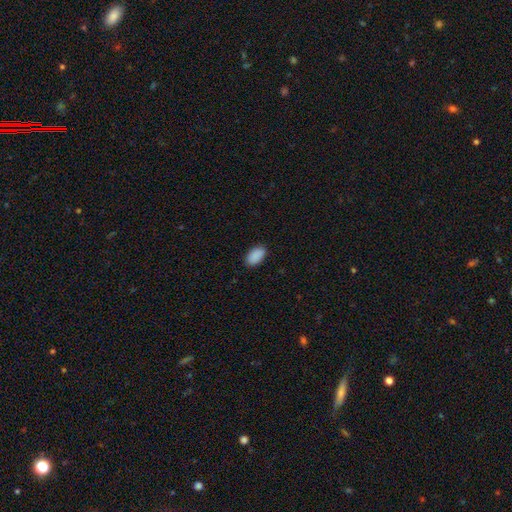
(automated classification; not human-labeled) This is clearly a smooth galaxy (90%). How rounded: clearly in between (94%). Merging: clearly none (88%).